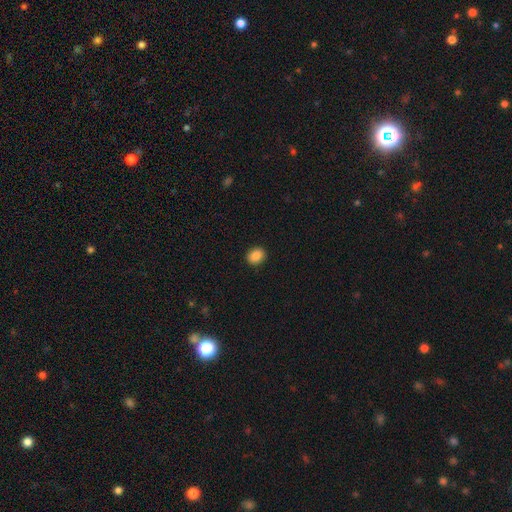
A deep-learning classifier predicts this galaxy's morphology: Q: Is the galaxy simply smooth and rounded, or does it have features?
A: smooth — 87%.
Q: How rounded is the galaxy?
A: round — 62%.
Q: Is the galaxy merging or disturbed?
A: none — 92%.